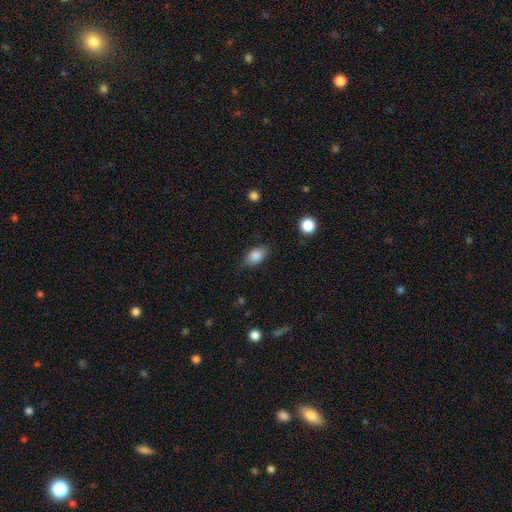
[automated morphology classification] The model was most divided on "merging": none: 76%, minor disturbance: 18%, major disturbance: 5%, merger: 1%. More confident: smooth or featured — smooth (85%); how rounded — in between (84%).